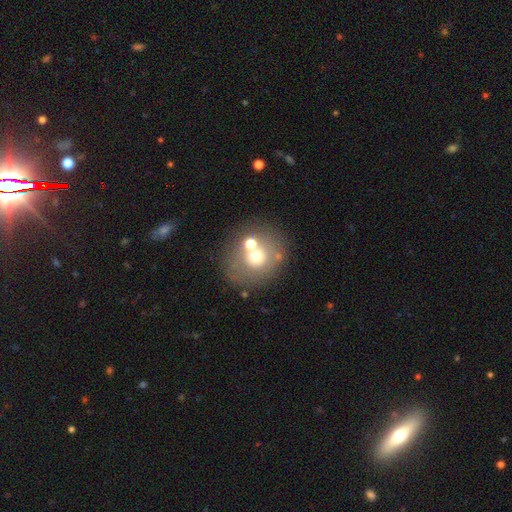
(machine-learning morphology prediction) This appears to be a smooth galaxy with no disk features (57%) that is round (81%). Merging: none (60%).